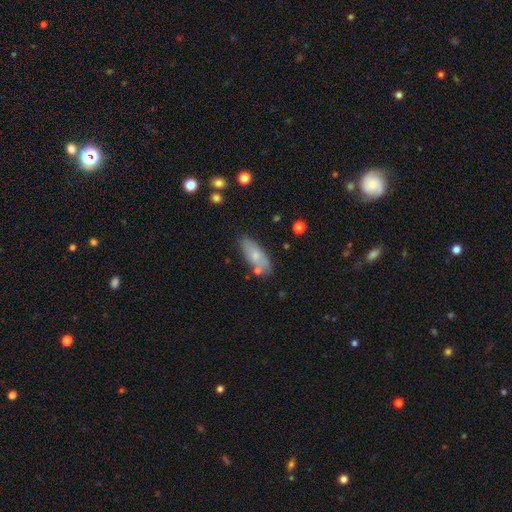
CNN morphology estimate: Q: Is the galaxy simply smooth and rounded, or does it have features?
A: smooth — 70%.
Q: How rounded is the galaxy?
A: in between — 80%.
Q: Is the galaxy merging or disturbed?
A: none — 70%.